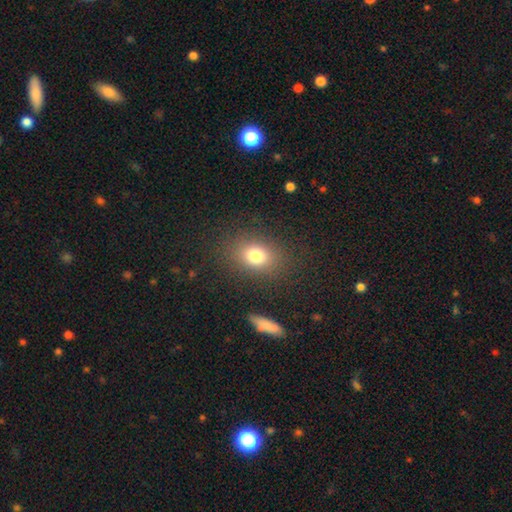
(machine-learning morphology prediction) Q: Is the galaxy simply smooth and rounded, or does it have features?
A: smooth — 78%.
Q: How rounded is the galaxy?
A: in between — 60%.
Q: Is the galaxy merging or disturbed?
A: none — 83%.